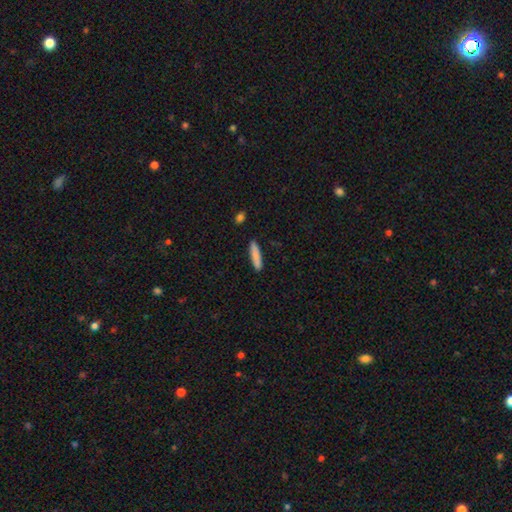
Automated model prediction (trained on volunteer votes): This appears to be a smooth galaxy with no disk features (85%) that is cigar-shaped (85%). Merging: none (89%).